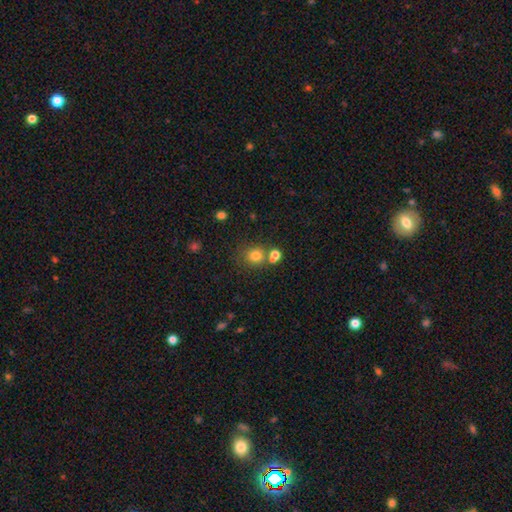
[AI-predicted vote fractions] Overall: smooth (78%). How rounded: round (83%). Merging: none (64%).